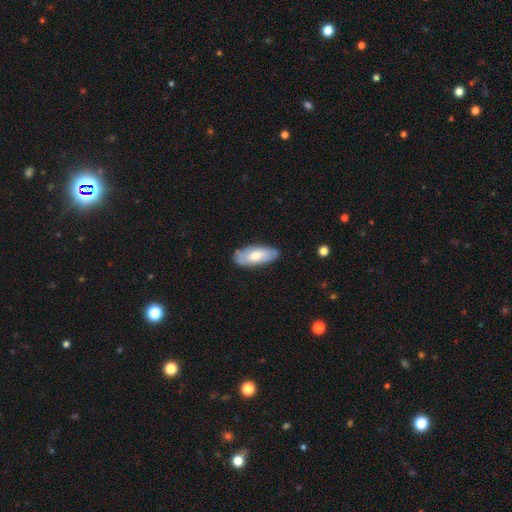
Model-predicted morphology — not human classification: This is likely a smooth galaxy (65%). How rounded: clearly in between (85%). Merging: likely none (78%).